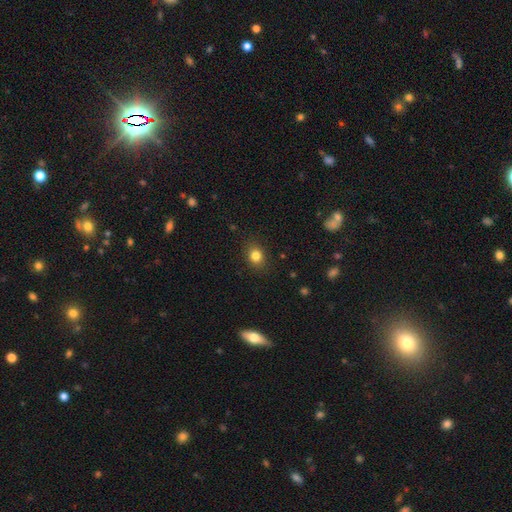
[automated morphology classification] Smooth or featured? smooth (82%)
How rounded? round (58%)
Merging? none (87%)